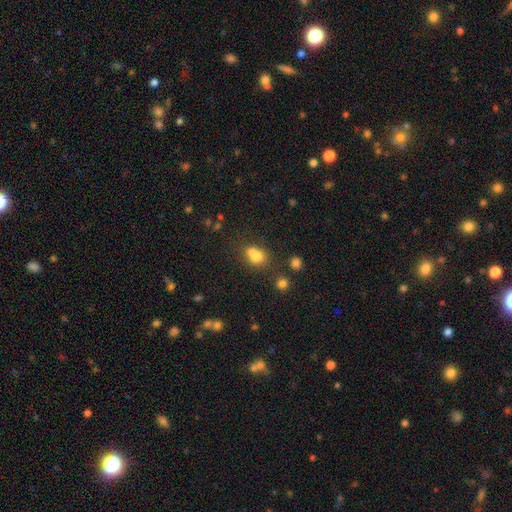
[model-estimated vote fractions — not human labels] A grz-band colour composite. It shows a smooth galaxy with no disk features (73%) that is round (54%). Merging: merger (47%).